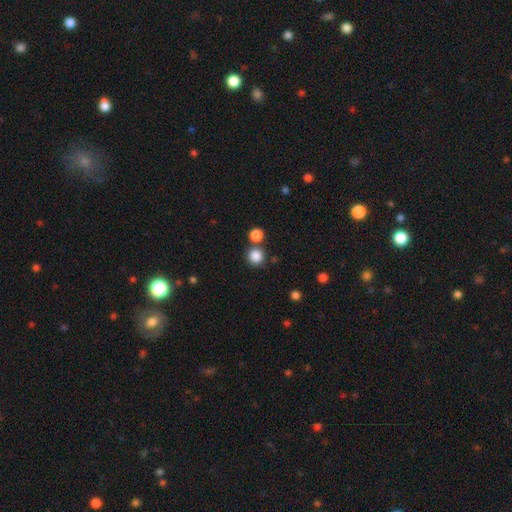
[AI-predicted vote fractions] A smooth galaxy with no disk features (85%) that is round (93%).

Vote fractions:
- Smooth or featured? smooth: 85% / star or artifact: 11% / featured or disk: 4%
- How rounded? round: 93% / in between: 6% / cigar-shaped: 1%
- Merging? none: 76% / merger: 15% / minor disturbance: 7% / major disturbance: 3%